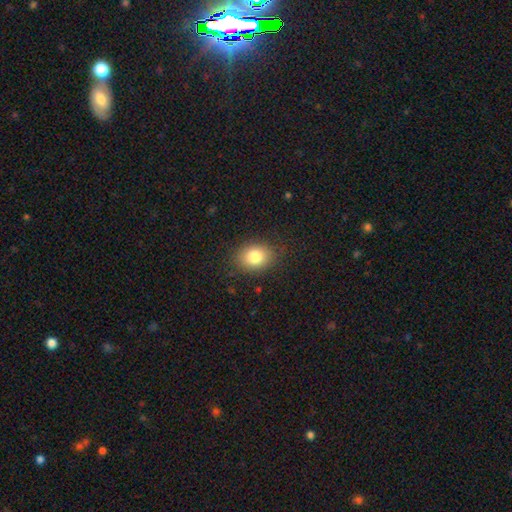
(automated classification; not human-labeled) smooth-or-featured: smooth: 83% | star or artifact: 9% | featured or disk: 8%
  how-rounded: in between: 60% | round: 39% | cigar-shaped: 1%
  merging: none: 84% | minor disturbance: 11% | major disturbance: 3% | merger: 1%